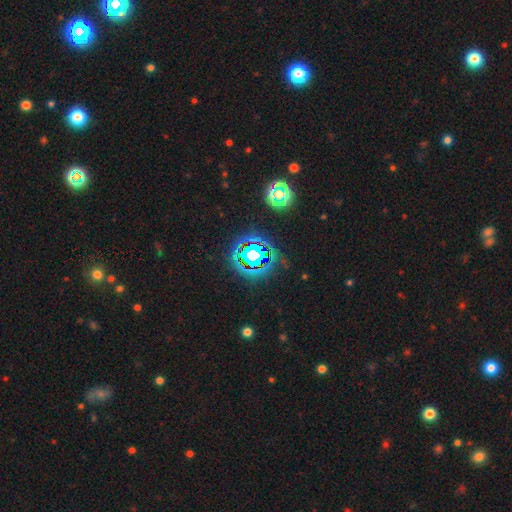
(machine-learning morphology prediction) type=star or artifact (77%).